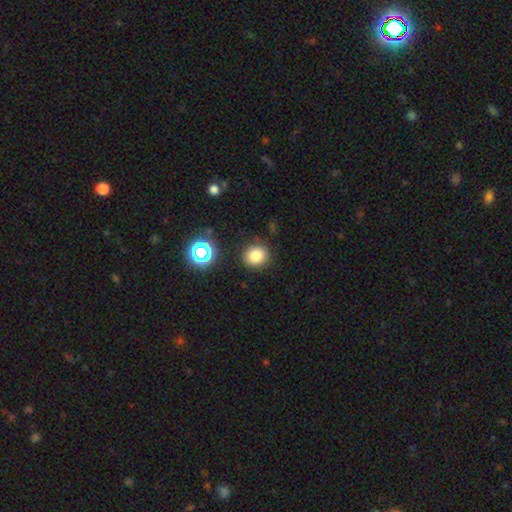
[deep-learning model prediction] This appears to be a smooth galaxy with no disk features (80%) that is round (80%). Merging: none (87%).